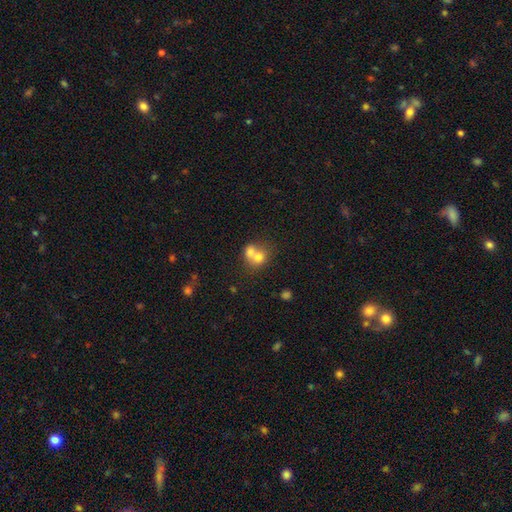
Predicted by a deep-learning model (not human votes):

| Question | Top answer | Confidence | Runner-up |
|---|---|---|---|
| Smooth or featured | smooth | 68% | featured or disk (21%) |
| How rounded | round | 67% | in between (32%) |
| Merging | merger | 70% | none (22%) |